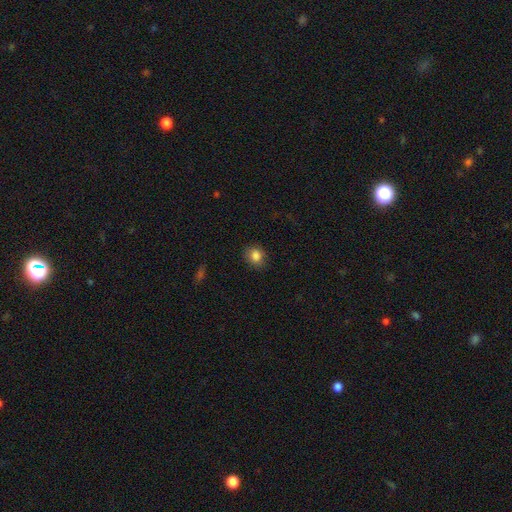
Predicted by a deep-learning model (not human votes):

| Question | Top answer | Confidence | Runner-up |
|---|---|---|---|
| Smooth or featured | smooth | 85% | star or artifact (10%) |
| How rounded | round | 60% | in between (39%) |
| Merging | none | 83% | minor disturbance (13%) |